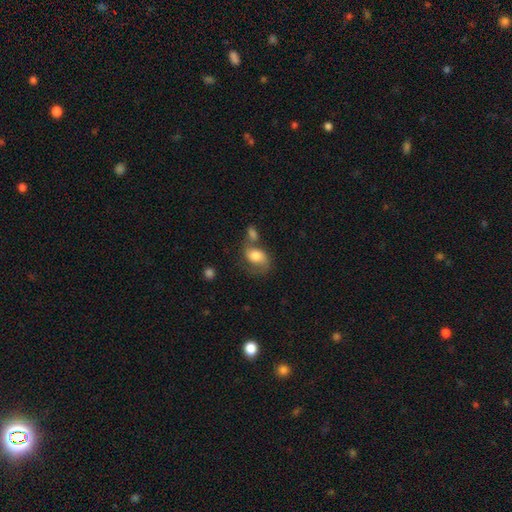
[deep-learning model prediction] The model was most divided on "merging" (2-way tie): merger: 32%, none: 32%, minor disturbance: 19%, major disturbance: 16%. More confident: how rounded — in between (76%); smooth or featured — smooth (59%).